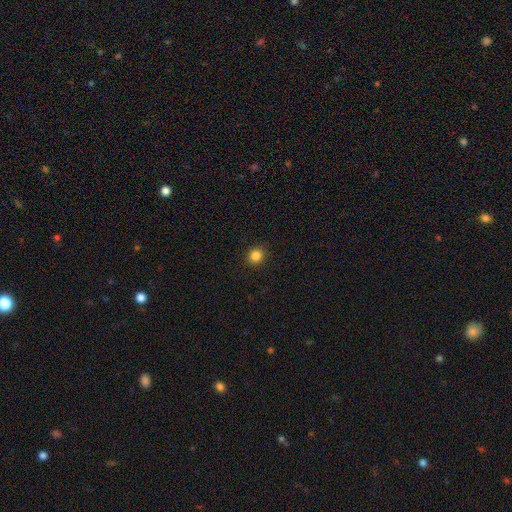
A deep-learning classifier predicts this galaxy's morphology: type=smooth (85%); roundness=round (88%); merging=none (92%).